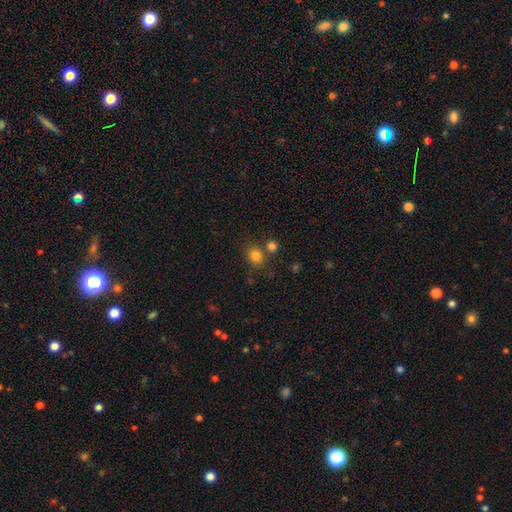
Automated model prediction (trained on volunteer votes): Q: Smooth or featured?
A: smooth (81%); runner-up: star or artifact (13%)
Q: How rounded?
A: round (66%); runner-up: in between (33%)
Q: Merging?
A: none (68%); runner-up: merger (16%)